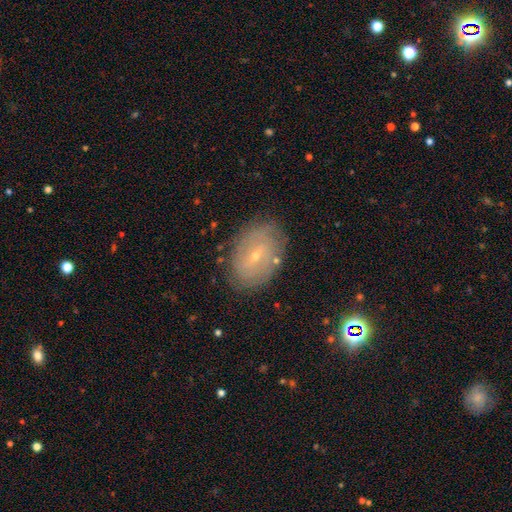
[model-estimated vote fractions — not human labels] This is likely a featured or disk galaxy (61%). It is clearly not viewed edge-on (94%). Bar: possibly no (46%). Spiral arm pattern: likely yes (64%). Central bulge: likely small (79%). Merging: clearly none (81%).